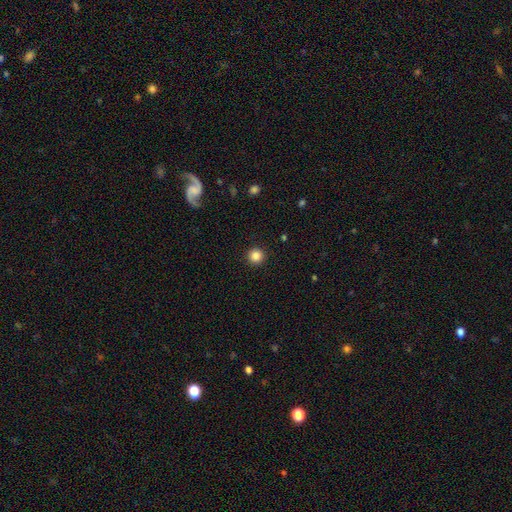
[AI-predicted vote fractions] A smooth galaxy with no disk features (86%) that is round (96%). Merging: none (93%).